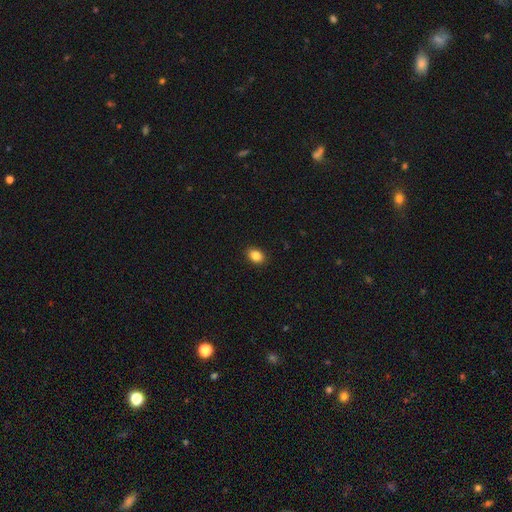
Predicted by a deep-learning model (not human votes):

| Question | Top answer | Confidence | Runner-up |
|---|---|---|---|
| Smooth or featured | smooth | 86% | star or artifact (9%) |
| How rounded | in between | 74% | round (25%) |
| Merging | none | 90% | minor disturbance (7%) |